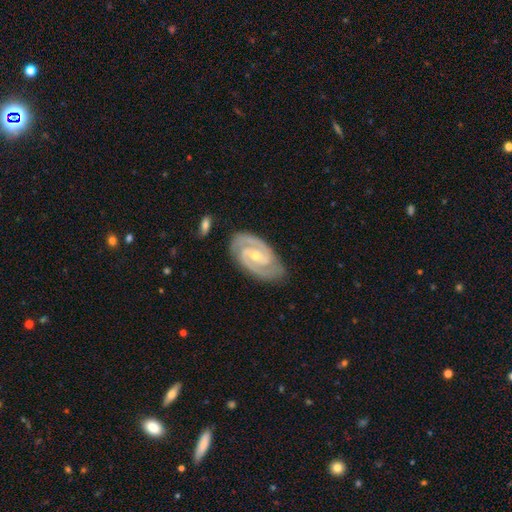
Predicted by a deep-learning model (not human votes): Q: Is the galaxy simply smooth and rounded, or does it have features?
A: featured or disk — 92%.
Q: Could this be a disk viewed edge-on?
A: no — 97%.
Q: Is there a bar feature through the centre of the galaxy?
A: weak — 43%.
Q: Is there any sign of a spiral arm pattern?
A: yes — 98%.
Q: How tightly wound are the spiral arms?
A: tight — 57%.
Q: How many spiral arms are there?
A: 2 — 90%.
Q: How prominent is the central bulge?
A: small — 55%.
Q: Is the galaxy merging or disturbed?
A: none — 83%.